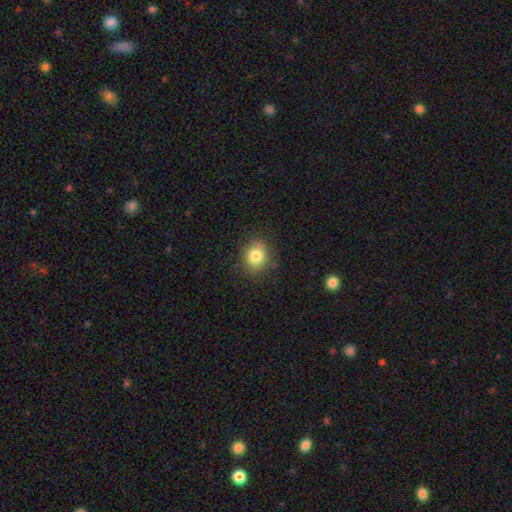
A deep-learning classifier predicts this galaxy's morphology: This is clearly a smooth galaxy (82%). How rounded: likely round (66%). Merging: clearly none (84%).